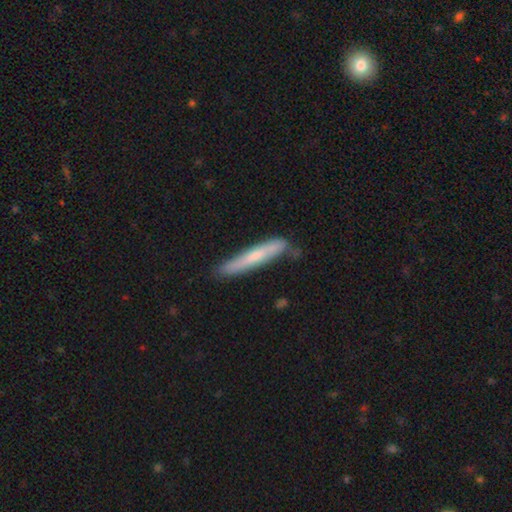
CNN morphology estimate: Smooth or featured: smooth — 65% (featured or disk — 29%)
How rounded: cigar-shaped — 94% (in between — 5%)
Merging: none — 75% (minor disturbance — 19%)